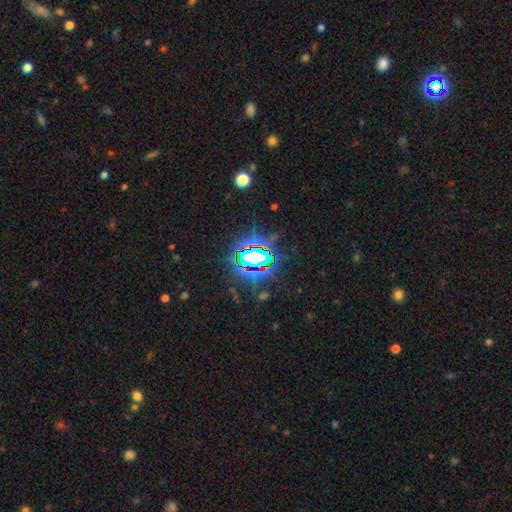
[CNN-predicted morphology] Smooth or featured?
  - star or artifact: 76% *
  - smooth: 13%
  - featured or disk: 11%